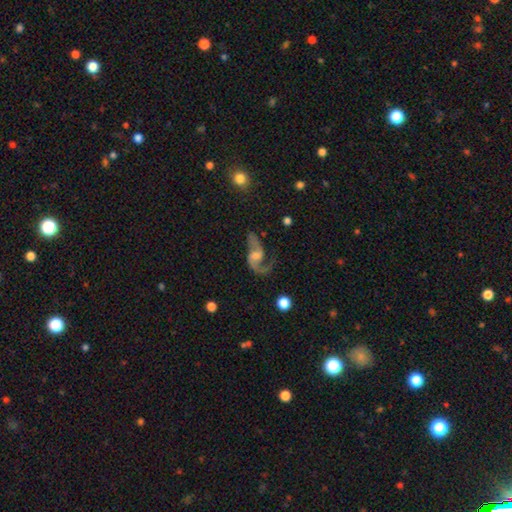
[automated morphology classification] The model was most divided on "bulge size": moderate: 39%, small: 38%, none: 16%, large: 6%, dominant: 2%. Remaining: edge-on disk — no (97%); spiral arms — yes (95%); smooth or featured — featured or disk (86%); spiral arm count — 2 (84%); spiral winding — loose (64%); merging — none (53%); bar — weak (45%).